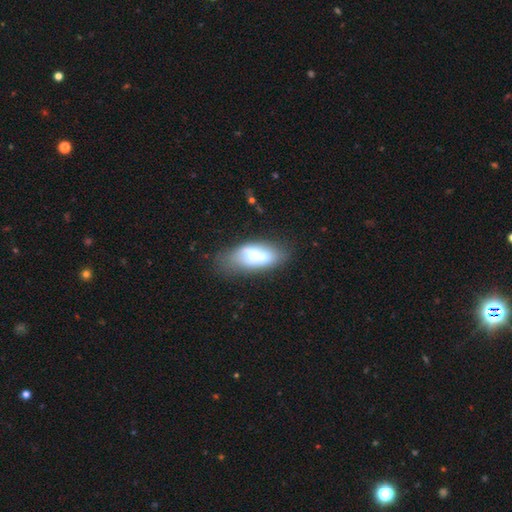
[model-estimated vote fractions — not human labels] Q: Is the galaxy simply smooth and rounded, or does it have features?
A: smooth — 61%.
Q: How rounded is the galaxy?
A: in between — 83%.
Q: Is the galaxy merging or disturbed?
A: none — 43%.